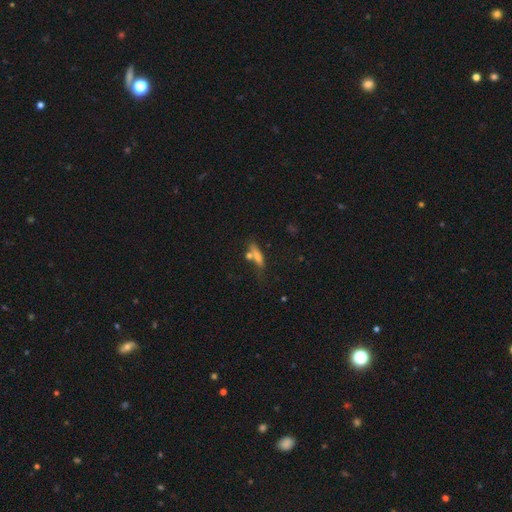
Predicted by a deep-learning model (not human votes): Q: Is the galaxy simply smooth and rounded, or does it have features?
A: smooth — 66%.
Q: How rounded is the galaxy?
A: cigar-shaped — 67%.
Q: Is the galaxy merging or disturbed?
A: none — 52%.